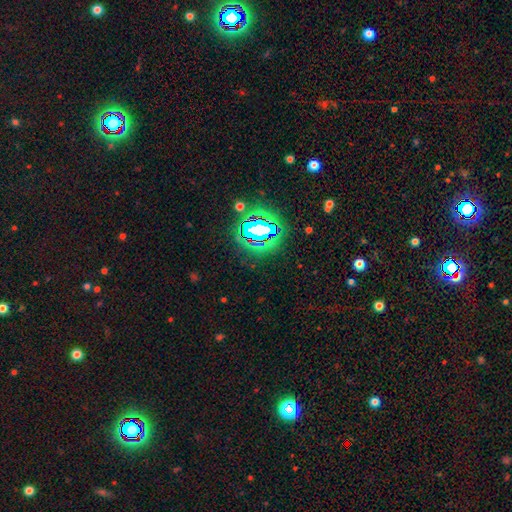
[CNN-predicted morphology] Smooth or featured? Predicted: star or artifact (p=0.80).